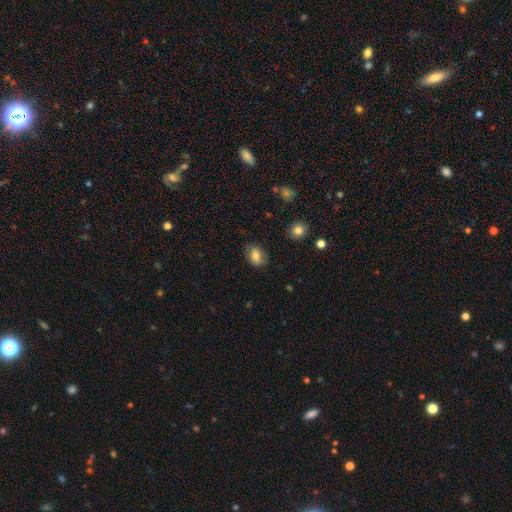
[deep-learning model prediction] Q: Smooth or featured?
A: smooth (75%); runner-up: featured or disk (16%)
Q: How rounded?
A: in between (76%); runner-up: round (22%)
Q: Merging?
A: none (77%); runner-up: minor disturbance (17%)